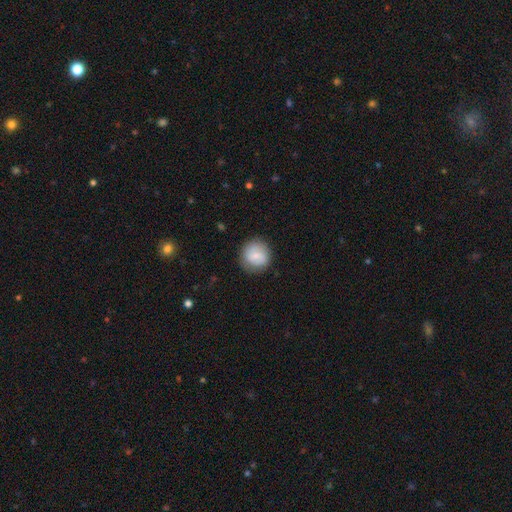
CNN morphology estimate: smooth 73%, featured or disk 21%, star or artifact 7%. Down the decision tree: how rounded — round (90%); merging — none (82%).